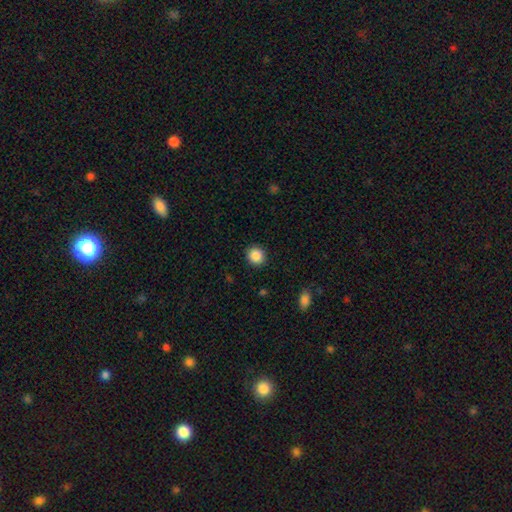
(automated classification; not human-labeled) This is clearly a smooth galaxy (88%). How rounded: clearly round (87%). Merging: clearly none (91%).